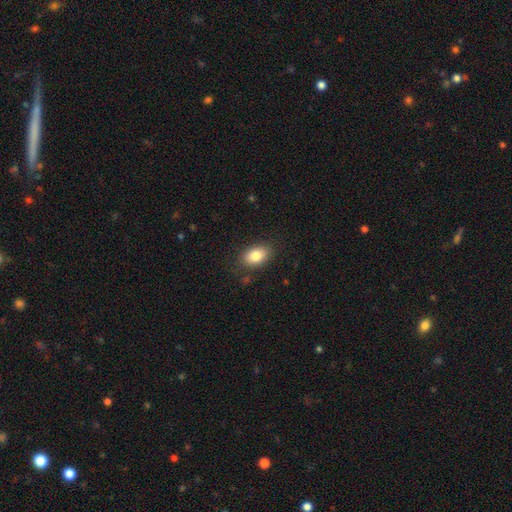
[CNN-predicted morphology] Smooth or featured?
  - smooth: 83% *
  - featured or disk: 9%
  - star or artifact: 8%
How rounded?
  - in between: 88% *
  - round: 11%
  - cigar-shaped: 2%
Merging?
  - none: 84% *
  - minor disturbance: 12%
  - major disturbance: 3%
  - merger: 1%